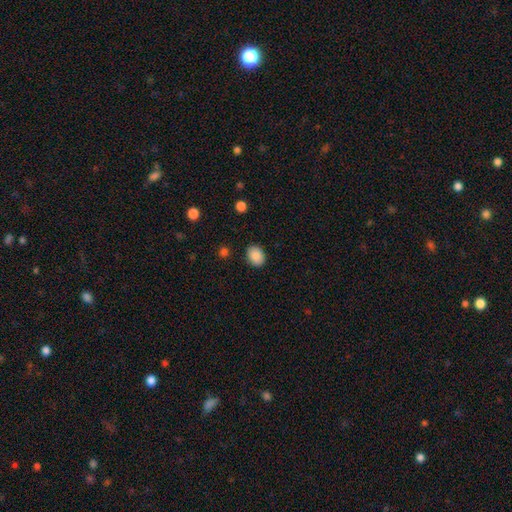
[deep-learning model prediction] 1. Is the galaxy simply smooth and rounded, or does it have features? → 89% smooth, 8% star or artifact, 3% featured or disk.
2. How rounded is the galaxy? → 64% in between, 35% round, 1% cigar-shaped.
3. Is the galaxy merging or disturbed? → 87% none, 10% minor disturbance, 3% major disturbance, 1% merger.